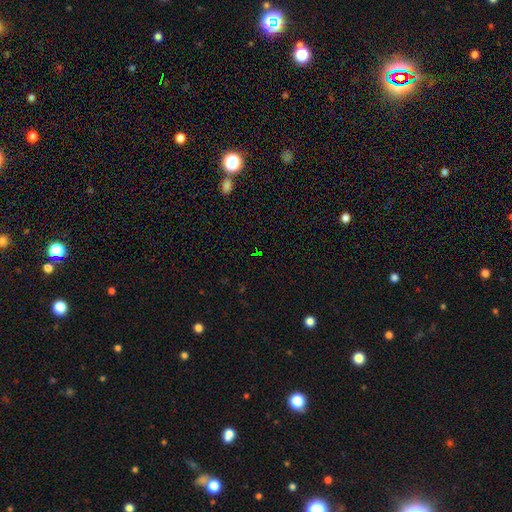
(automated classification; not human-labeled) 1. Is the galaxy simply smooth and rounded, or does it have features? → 72% star or artifact, 20% smooth, 8% featured or disk.